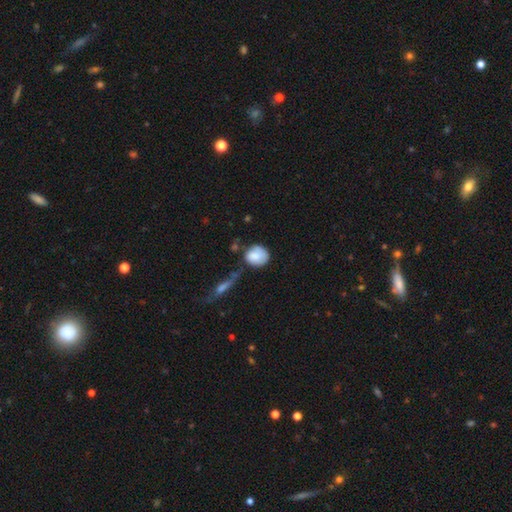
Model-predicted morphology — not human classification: Overall: smooth (79%). How rounded: round (72%). Merging: none (48%; minor disturbance 29%).